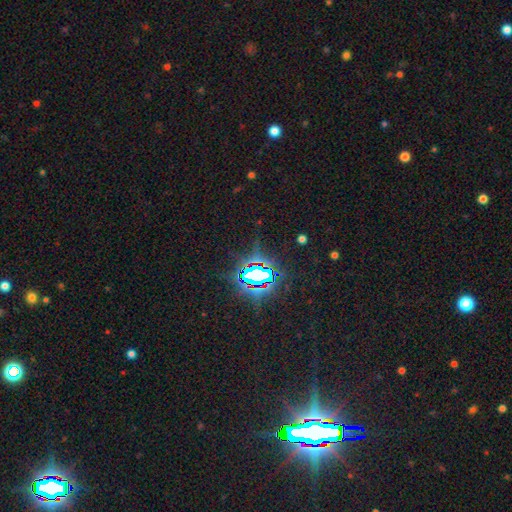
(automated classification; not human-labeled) A star or artifact, not a galaxy (86%).

Vote fractions:
- Smooth or featured? star or artifact: 86% / smooth: 8% / featured or disk: 7%